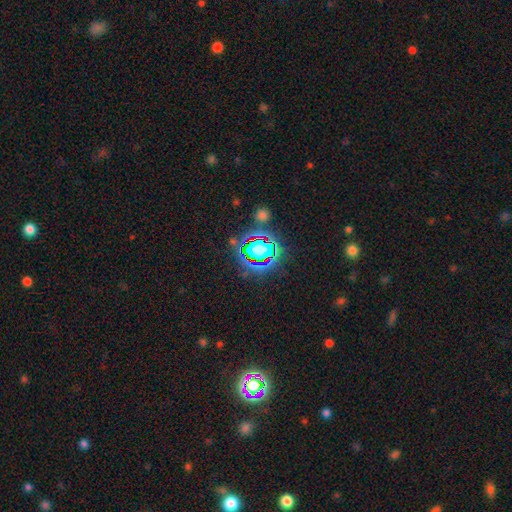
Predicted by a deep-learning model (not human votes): Q: Smooth or featured?
A: star or artifact (75%); runner-up: smooth (15%)